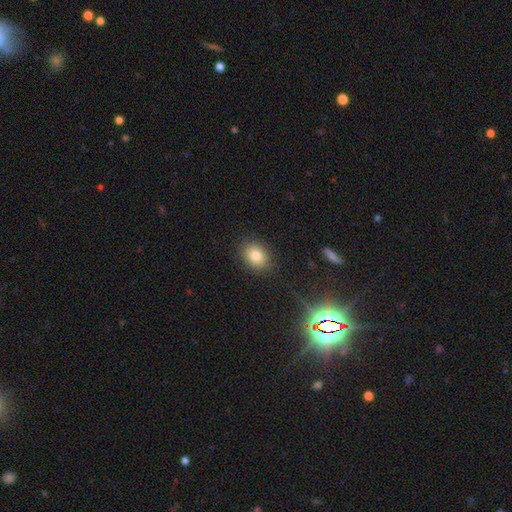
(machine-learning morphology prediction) This appears to be a smooth galaxy with no disk features (81%) that is in between round and cigar-shaped (61%). Merging: none (87%).